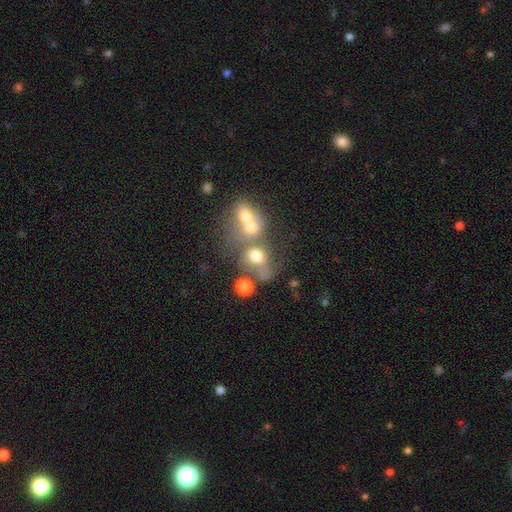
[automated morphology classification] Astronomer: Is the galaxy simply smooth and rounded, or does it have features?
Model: smooth — 61%.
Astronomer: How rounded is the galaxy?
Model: round — 63%.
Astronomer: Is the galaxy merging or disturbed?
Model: merger — 53%.